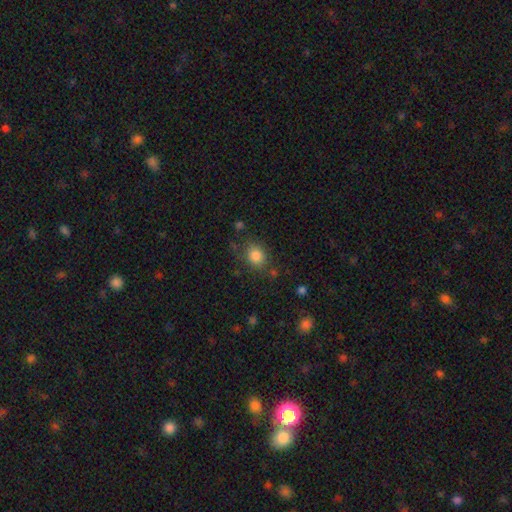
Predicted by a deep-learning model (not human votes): Morphology: type=smooth (83%); roundness=round (62%); merging=none (75%).